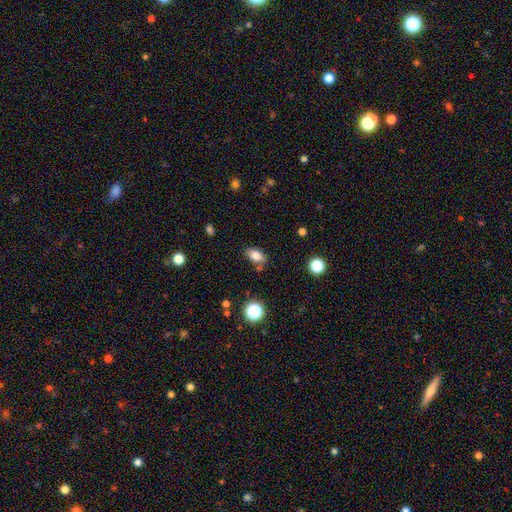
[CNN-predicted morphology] A smooth galaxy with no disk features (80%) that is in between round and cigar-shaped (88%). Merging: none (78%).